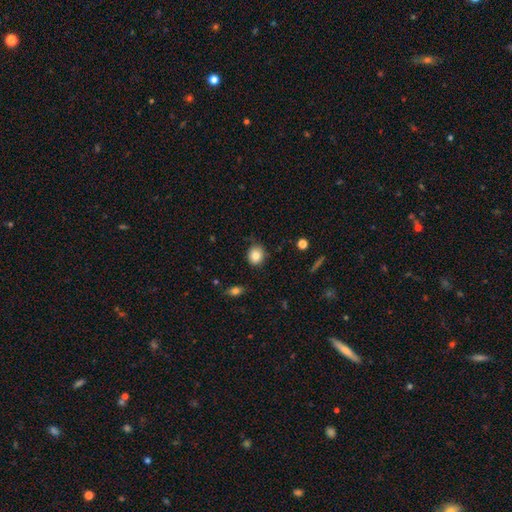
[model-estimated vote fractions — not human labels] Q: Smooth or featured?
A: smooth (83%); runner-up: star or artifact (9%)
Q: How rounded?
A: round (79%); runner-up: in between (20%)
Q: Merging?
A: none (82%); runner-up: minor disturbance (14%)